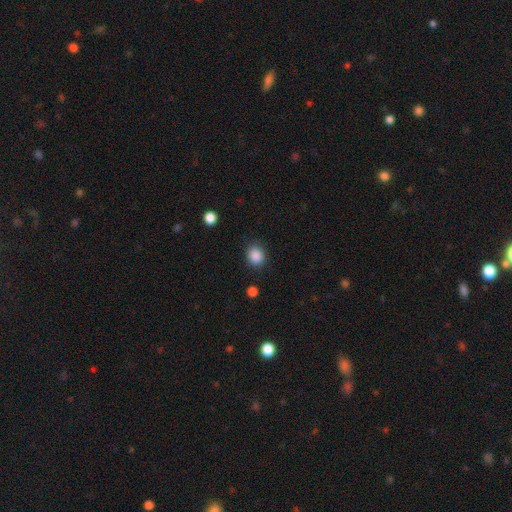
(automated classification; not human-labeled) smooth_or_featured: smooth (p=0.88) [alt: star or artifact p=0.09]
how_rounded: round (p=0.63) [alt: in between p=0.36]
merging: none (p=0.85) [alt: minor disturbance p=0.10]